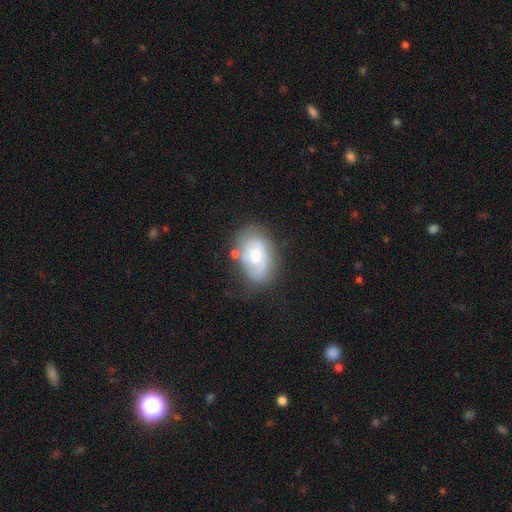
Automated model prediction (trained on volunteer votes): This appears to be a featured or disk galaxy (53%) with no bar (64%), spiral arms (63%) and a moderate central bulge (62%). Merging: none (60%).